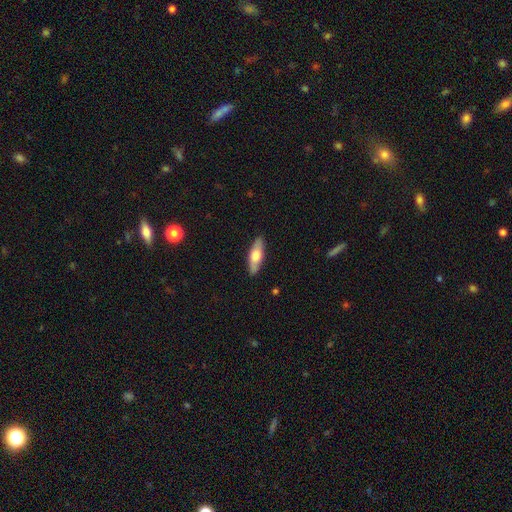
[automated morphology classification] Smooth or featured: smooth — 55% (featured or disk — 40%)
How rounded: in between — 53% (cigar-shaped — 45%)
Merging: none — 88% (minor disturbance — 9%)